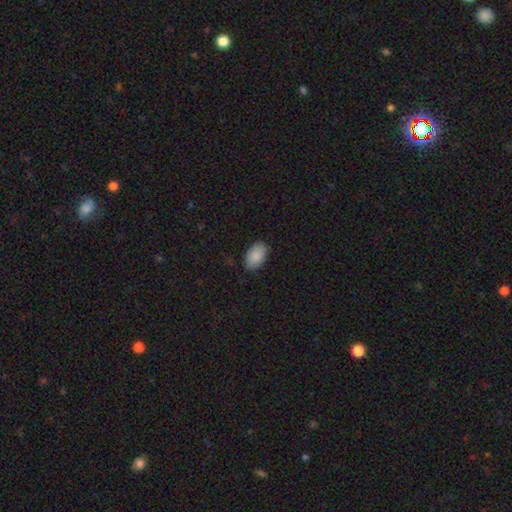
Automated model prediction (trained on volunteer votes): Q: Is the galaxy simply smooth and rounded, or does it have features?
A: smooth — 89%.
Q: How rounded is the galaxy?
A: in between — 93%.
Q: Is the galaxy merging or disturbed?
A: none — 84%.